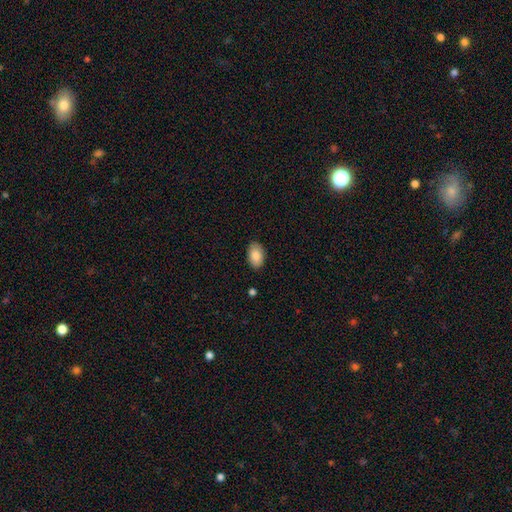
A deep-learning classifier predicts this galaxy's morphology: smooth_or_featured: smooth (p=0.86) [alt: featured or disk p=0.07]
how_rounded: in between (p=0.92) [alt: round p=0.07]
merging: none (p=0.87) [alt: minor disturbance p=0.09]